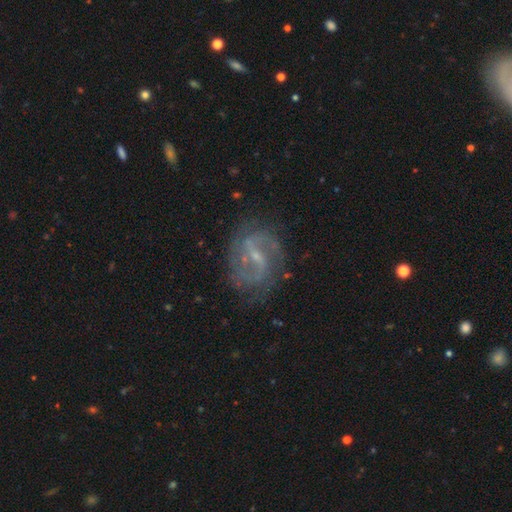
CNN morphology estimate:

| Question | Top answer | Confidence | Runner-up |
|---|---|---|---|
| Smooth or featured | featured or disk | 85% | smooth (8%) |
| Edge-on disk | no | 97% | yes (3%) |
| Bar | weak | 58% | strong (24%) |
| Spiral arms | yes | 94% | no (6%) |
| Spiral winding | medium | 47% | loose (35%) |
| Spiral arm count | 2 | 77% | can't tell (10%) |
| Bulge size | small | 69% | moderate (19%) |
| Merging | none | 74% | minor disturbance (16%) |